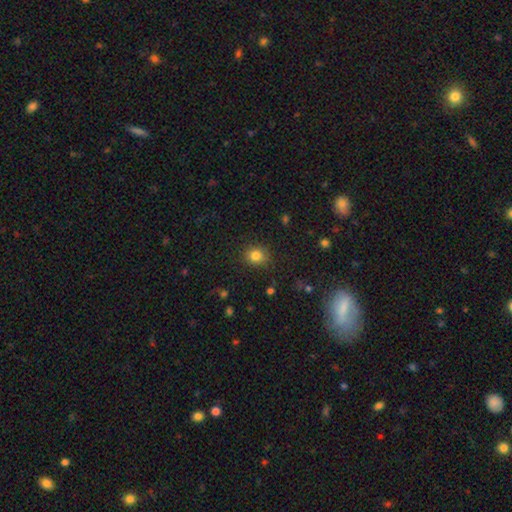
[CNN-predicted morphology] Overall: smooth (82%). How rounded: round (81%). Merging: none (87%).